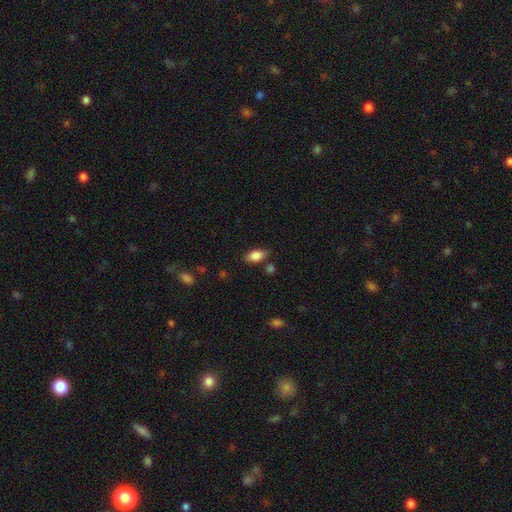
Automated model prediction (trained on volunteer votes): The model was most divided on "merging": none: 75%, minor disturbance: 16%, merger: 5%, major disturbance: 4%. More confident: how rounded — in between (90%); smooth or featured — smooth (86%).